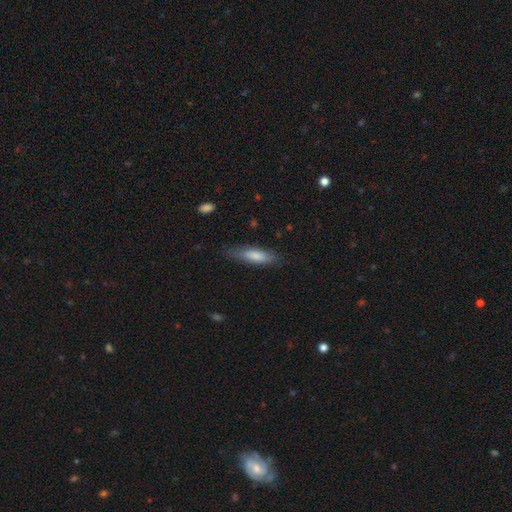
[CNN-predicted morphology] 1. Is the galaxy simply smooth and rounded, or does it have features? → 76% smooth, 18% featured or disk, 6% star or artifact.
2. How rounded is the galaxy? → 57% cigar-shaped, 41% in between, 2% round.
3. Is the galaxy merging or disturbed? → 76% none, 18% minor disturbance, 5% major disturbance, 1% merger.